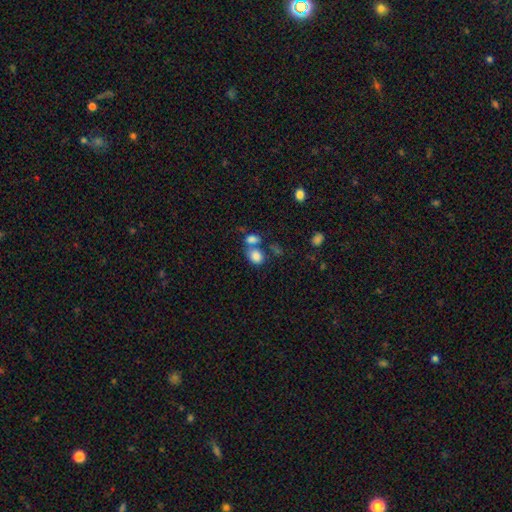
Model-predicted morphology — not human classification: A smooth galaxy with no disk features (82%) that is in between round and cigar-shaped (55%). Merging: merger (43%).